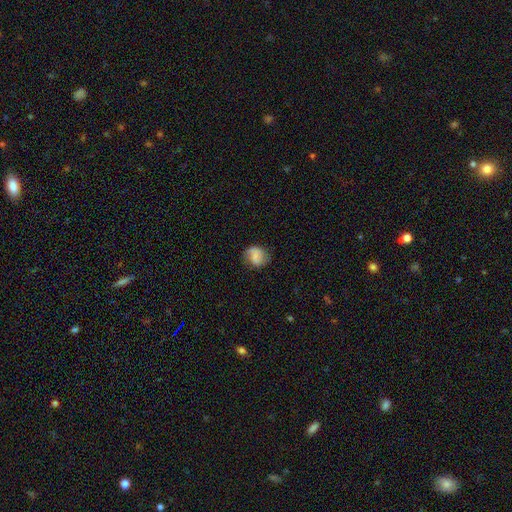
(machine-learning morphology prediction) The model was most divided on "smooth or featured": smooth: 52%, featured or disk: 39%, star or artifact: 9%. More confident: how rounded — round (68%); merging — none (68%).